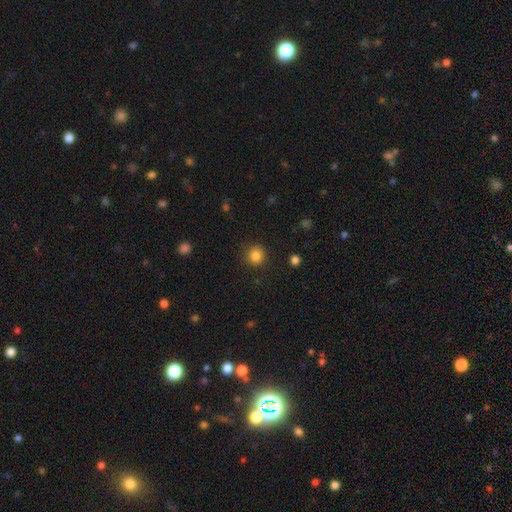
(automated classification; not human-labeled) A smooth galaxy with no disk features (84%) that is round (92%). Merging: none (88%).